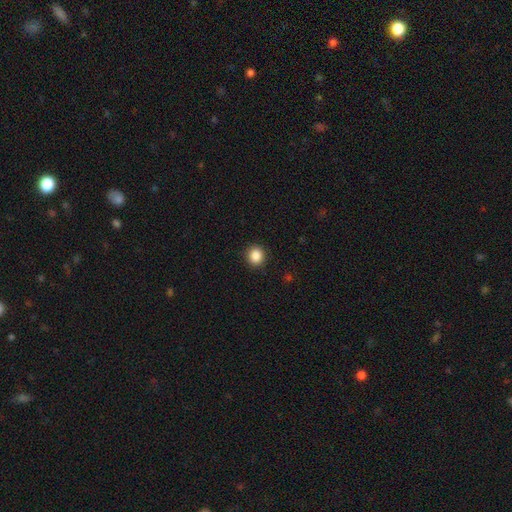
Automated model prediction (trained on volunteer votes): Morphology: type=smooth (87%); roundness=round (86%); merging=none (92%).